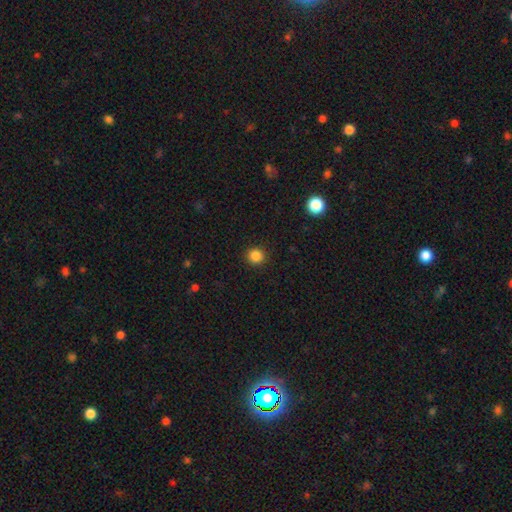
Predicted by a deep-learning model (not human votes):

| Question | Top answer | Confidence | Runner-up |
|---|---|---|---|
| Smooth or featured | smooth | 85% | star or artifact (11%) |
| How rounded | round | 93% | in between (6%) |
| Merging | none | 92% | minor disturbance (5%) |